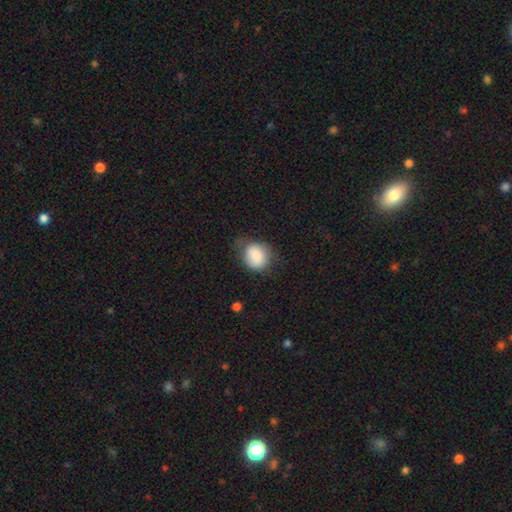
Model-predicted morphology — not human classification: smooth_or_featured: smooth (p=0.84) [alt: featured or disk p=0.08]
how_rounded: round (p=0.67) [alt: in between p=0.32]
merging: none (p=0.55) [alt: minor disturbance p=0.32]